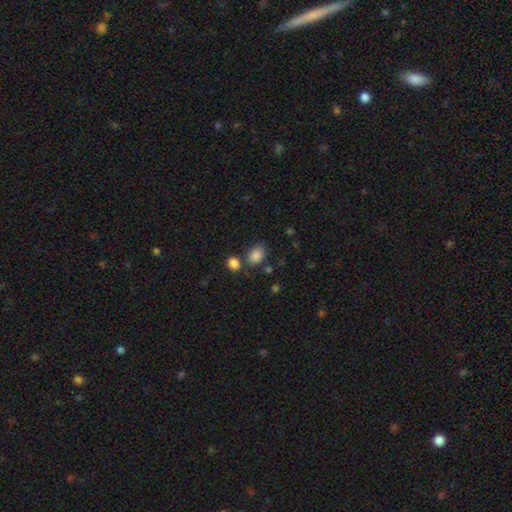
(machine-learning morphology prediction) Smooth or featured? smooth (85%)
How rounded? in between (72%)
Merging? none (61%)